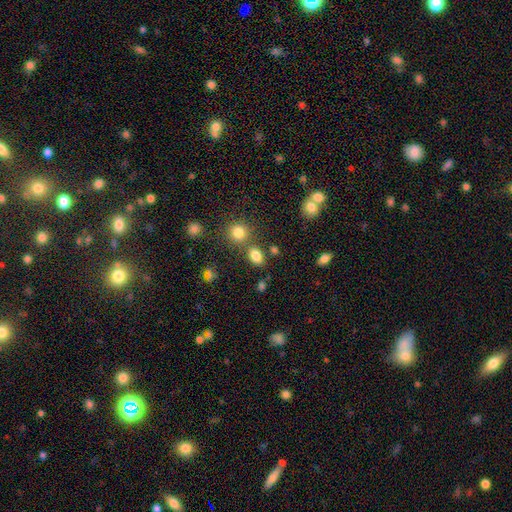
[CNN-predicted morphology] smooth-or-featured: smooth: 82% | star or artifact: 12% | featured or disk: 6%
  how-rounded: in between: 78% | round: 20% | cigar-shaped: 2%
  merging: none: 70% | merger: 15% | minor disturbance: 11% | major disturbance: 4%